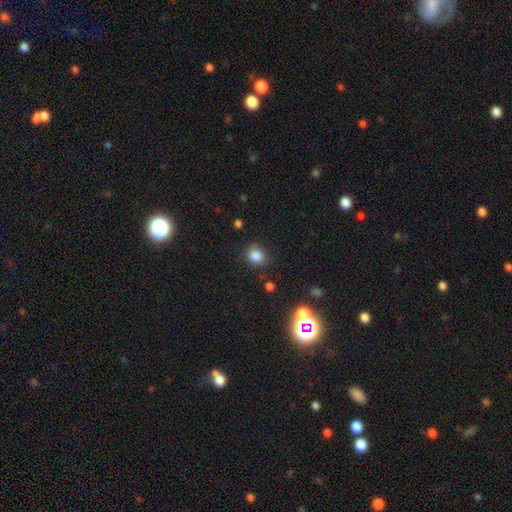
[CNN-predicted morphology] Smooth or featured: smooth — 84% (star or artifact — 12%)
How rounded: round — 77% (in between — 22%)
Merging: none — 84% (minor disturbance — 11%)